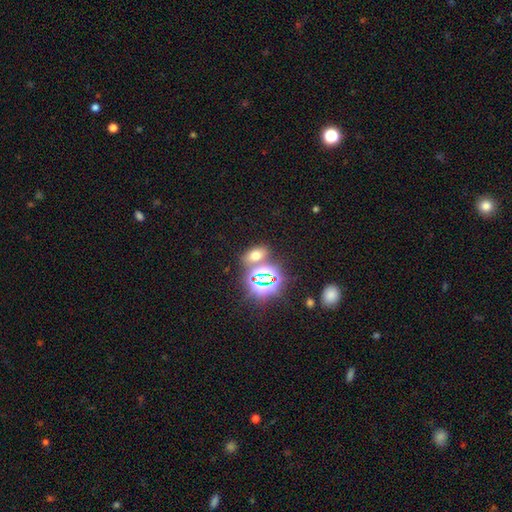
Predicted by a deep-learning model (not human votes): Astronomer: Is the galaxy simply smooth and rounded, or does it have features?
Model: smooth — 53% (runner-up: star or artifact, 36%).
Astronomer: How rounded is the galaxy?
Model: in between — 80%.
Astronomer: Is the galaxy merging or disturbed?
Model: none — 71%.